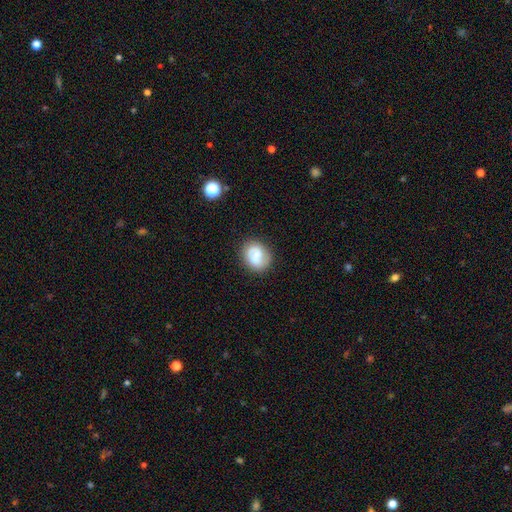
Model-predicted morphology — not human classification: smooth_or_featured: smooth (p=0.58) [alt: featured or disk p=0.32]
how_rounded: round (p=0.57) [alt: in between p=0.42]
merging: none (p=0.78) [alt: minor disturbance p=0.15]